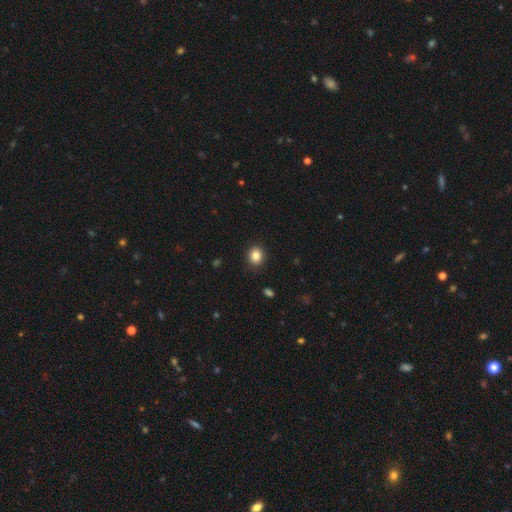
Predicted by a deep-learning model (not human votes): smooth_or_featured: smooth (p=0.85) [alt: star or artifact p=0.10]
how_rounded: round (p=0.68) [alt: in between p=0.31]
merging: none (p=0.90) [alt: minor disturbance p=0.07]